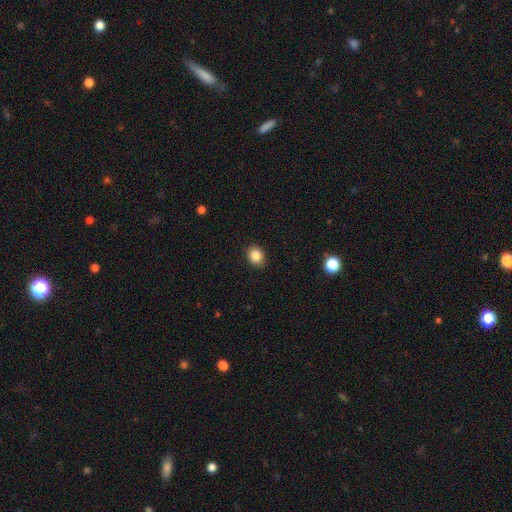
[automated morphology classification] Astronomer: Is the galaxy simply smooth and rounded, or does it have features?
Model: smooth — 85%.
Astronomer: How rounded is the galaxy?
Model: round — 54% (runner-up: in between, 45%).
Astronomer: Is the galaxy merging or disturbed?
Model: none — 89%.